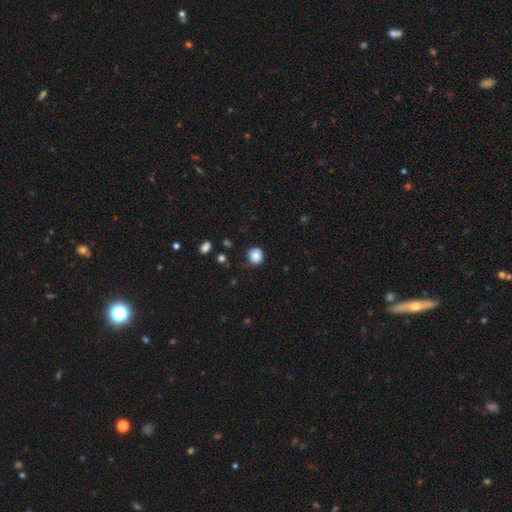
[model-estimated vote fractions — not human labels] A smooth galaxy with no disk features (82%) that is round (83%). Merging: none (73%).